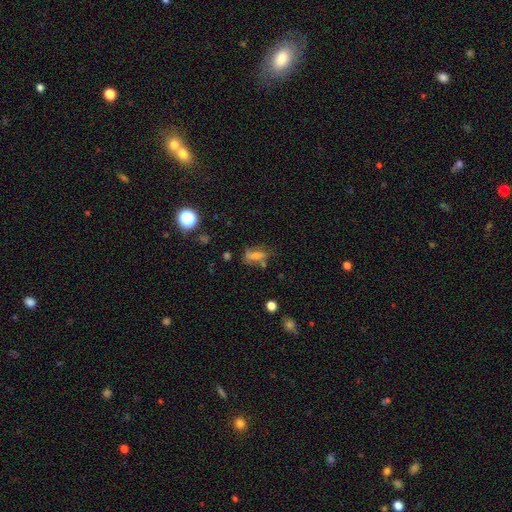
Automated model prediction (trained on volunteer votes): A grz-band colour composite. It shows a smooth galaxy with no disk features (43%). Merging: none (59%).